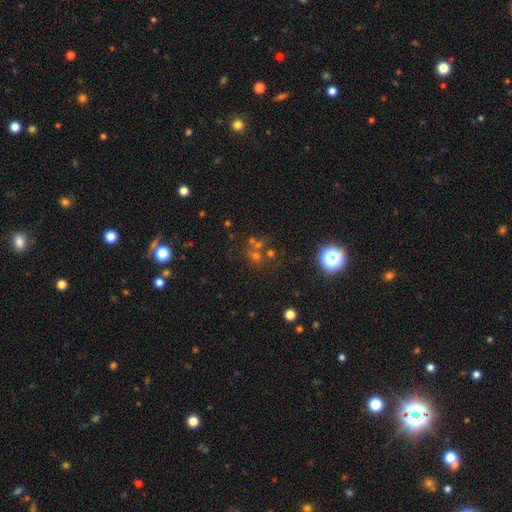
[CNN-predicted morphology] smooth_or_featured: star or artifact (p=0.46) [alt: smooth p=0.39]